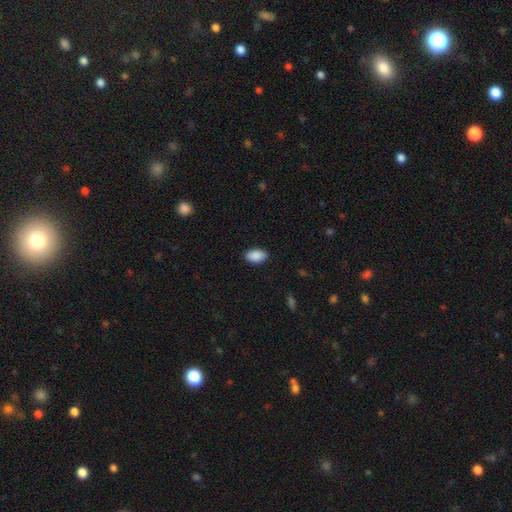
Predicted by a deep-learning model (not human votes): smooth 90%, star or artifact 7%, featured or disk 3%. Down the decision tree: how rounded — in between (94%); merging — none (88%).